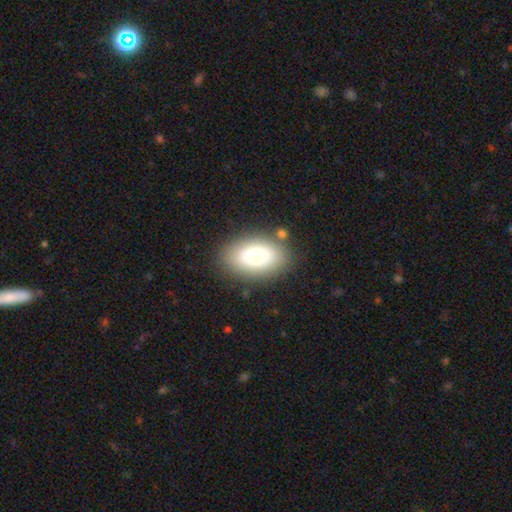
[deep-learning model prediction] Smooth or featured? smooth (73%)
How rounded? in between (89%)
Merging? none (80%)